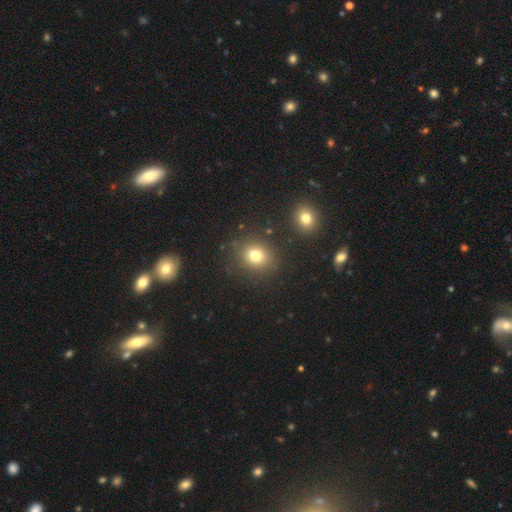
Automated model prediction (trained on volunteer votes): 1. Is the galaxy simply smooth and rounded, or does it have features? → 76% smooth, 16% star or artifact, 8% featured or disk.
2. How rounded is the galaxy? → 69% round, 30% in between, 1% cigar-shaped.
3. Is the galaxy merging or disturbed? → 80% none, 11% minor disturbance, 5% merger, 4% major disturbance.